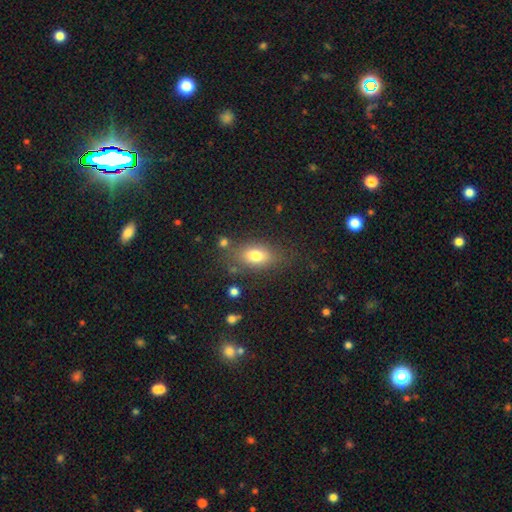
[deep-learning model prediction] A smooth galaxy with no disk features (77%) that is in between round and cigar-shaped (81%).

Vote fractions:
- Smooth or featured? smooth: 77% / featured or disk: 13% / star or artifact: 10%
- How rounded? in between: 81% / round: 16% / cigar-shaped: 3%
- Merging? none: 74% / minor disturbance: 16% / major disturbance: 6% / merger: 4%